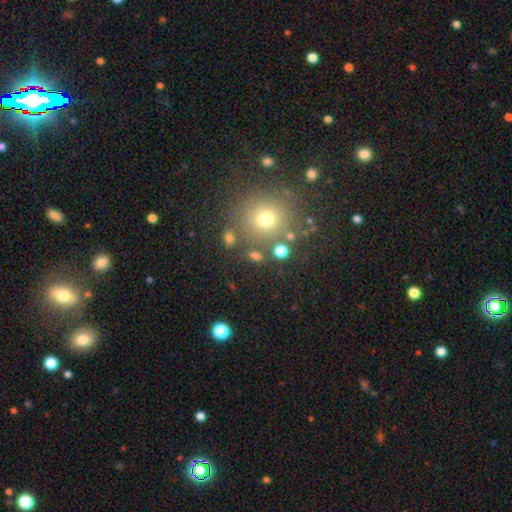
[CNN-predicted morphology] Smooth or featured? Predicted: smooth (p=0.67). How rounded? Predicted: round (p=0.66). Merging? Predicted: none (p=0.75).